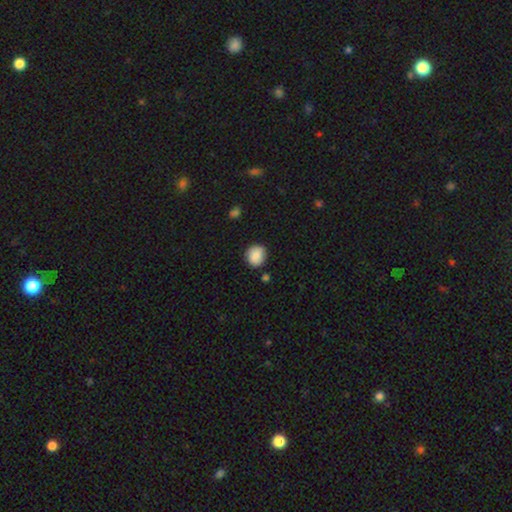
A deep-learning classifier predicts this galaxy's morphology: This is clearly a smooth galaxy (85%). How rounded: clearly round (81%). Merging: clearly none (82%).